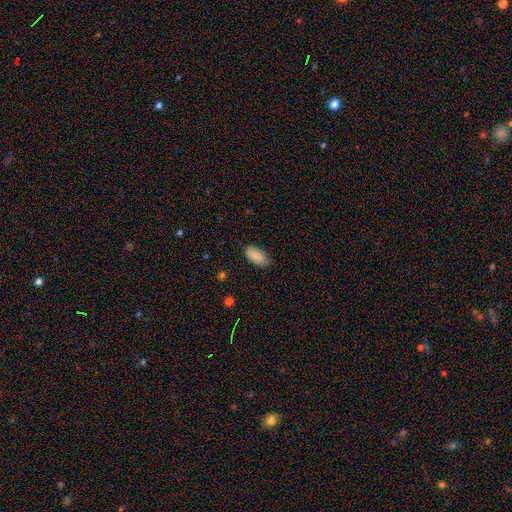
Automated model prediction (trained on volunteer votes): smooth-or-featured: smooth: 86% | featured or disk: 7% | star or artifact: 7%
  how-rounded: in between: 94% | cigar-shaped: 3% | round: 3%
  merging: none: 74% | minor disturbance: 21% | major disturbance: 3% | merger: 1%